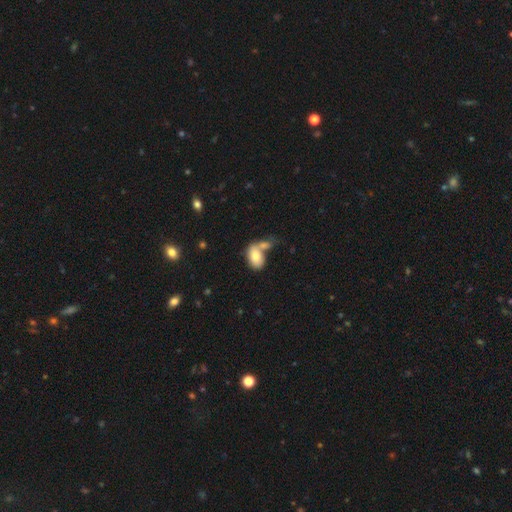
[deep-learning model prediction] A smooth galaxy with no disk features (79%) that is in between round and cigar-shaped (89%). Merging: merger (52%).